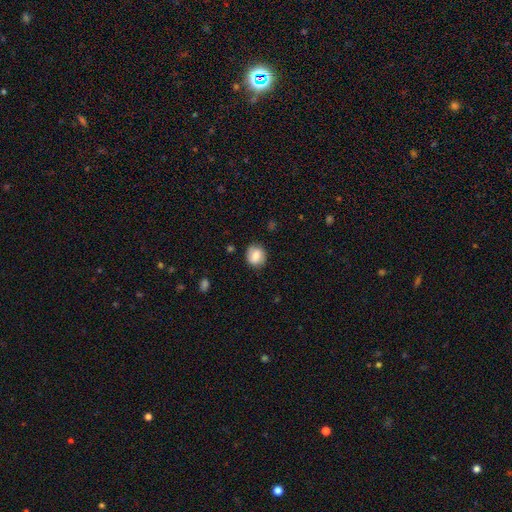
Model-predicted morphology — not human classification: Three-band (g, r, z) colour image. It shows a smooth galaxy with no disk features (76%) that is round (77%). Merging: none (82%).